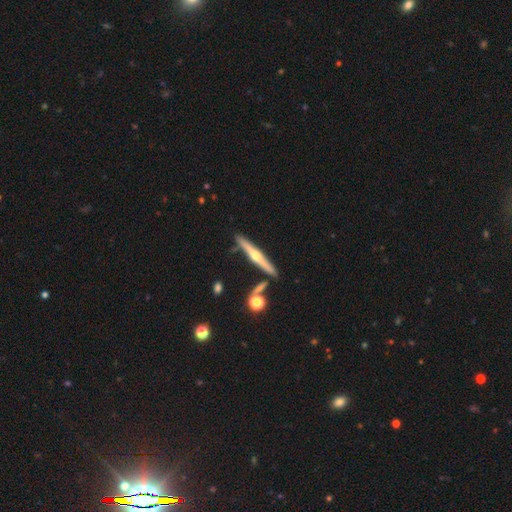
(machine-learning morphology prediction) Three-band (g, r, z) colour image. It shows a featured or disk galaxy (72%) viewed edge-on (97%) with a rounded central bulge (92%). Merging: none (84%).